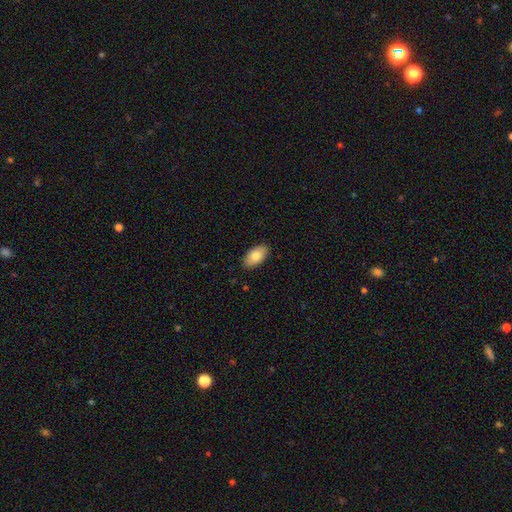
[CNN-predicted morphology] Q: Smooth or featured?
A: smooth (82%); runner-up: featured or disk (12%)
Q: How rounded?
A: in between (94%); runner-up: round (3%)
Q: Merging?
A: none (88%); runner-up: minor disturbance (9%)